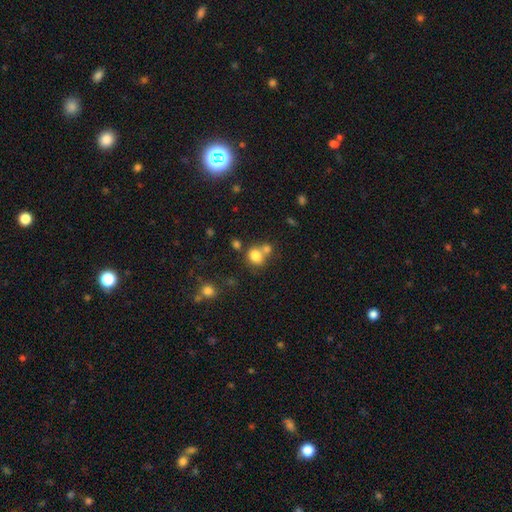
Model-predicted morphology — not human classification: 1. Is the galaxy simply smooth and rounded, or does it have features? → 79% smooth, 12% star or artifact, 9% featured or disk.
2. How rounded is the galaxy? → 50% round, 49% in between, 1% cigar-shaped.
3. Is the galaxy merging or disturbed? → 44% none, 40% merger, 11% minor disturbance, 5% major disturbance.